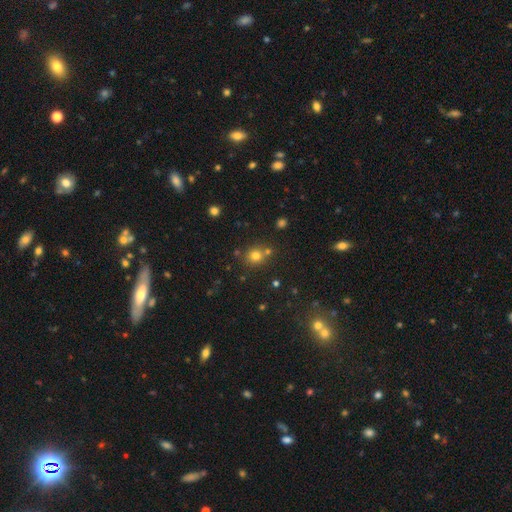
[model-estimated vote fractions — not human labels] A smooth galaxy with no disk features (75%) that is round (85%). Merging: none (69%).